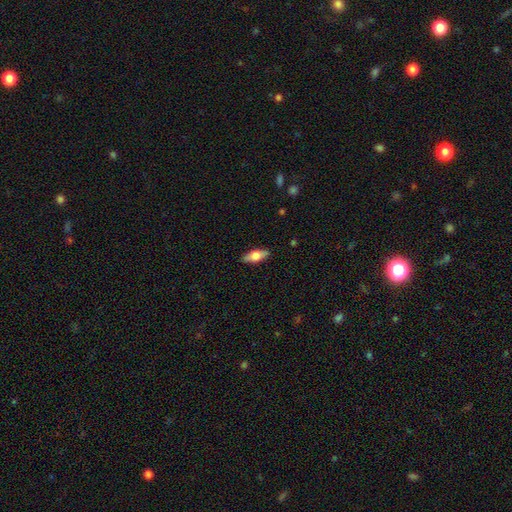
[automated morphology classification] Q: Smooth or featured?
A: smooth (59%); runner-up: featured or disk (35%)
Q: How rounded?
A: in between (71%); runner-up: cigar-shaped (26%)
Q: Merging?
A: none (88%); runner-up: minor disturbance (9%)